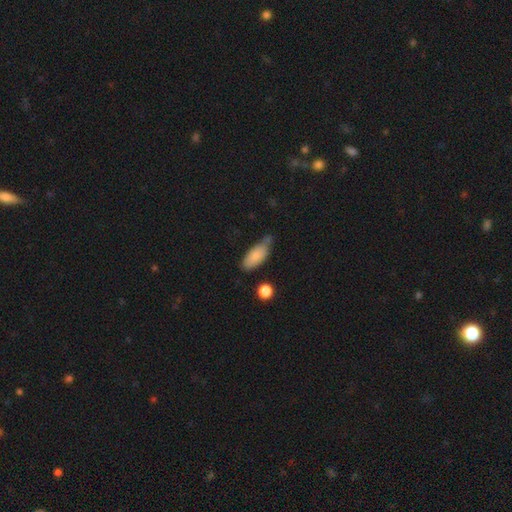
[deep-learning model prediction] The model was most divided on "merging": none: 52%, minor disturbance: 32%, merger: 10%, major disturbance: 7%. More confident: smooth or featured — smooth (83%); how rounded — in between (80%).